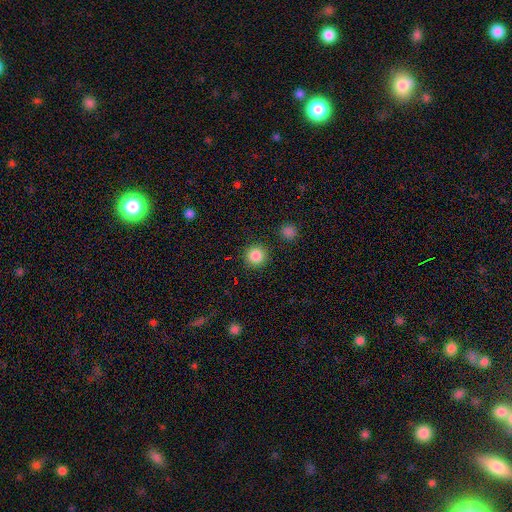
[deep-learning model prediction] smooth_or_featured: smooth (p=0.86) [alt: star or artifact p=0.11]
how_rounded: round (p=0.95) [alt: in between p=0.04]
merging: none (p=0.91) [alt: minor disturbance p=0.05]